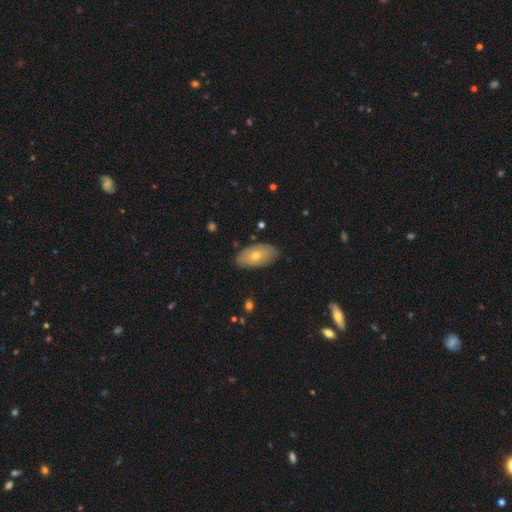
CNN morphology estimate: type=smooth (60%); roundness=in between (93%); merging=none (85%).